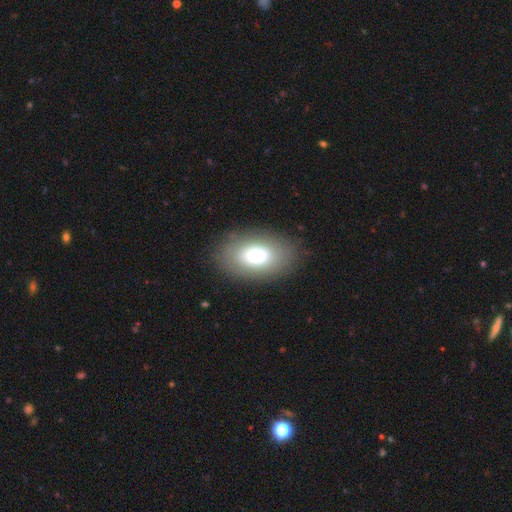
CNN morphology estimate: type=smooth (70%); roundness=in between (88%); merging=none (83%).